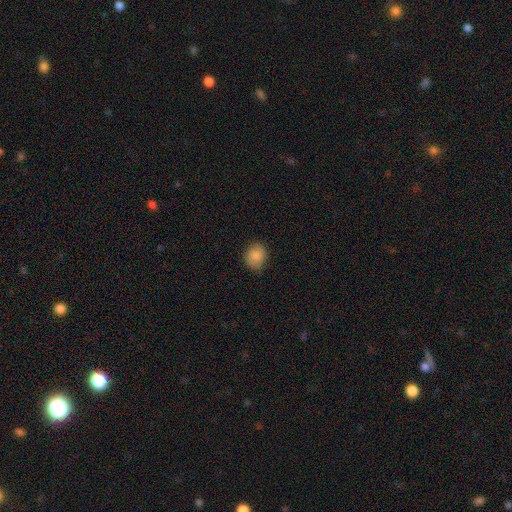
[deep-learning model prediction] smooth-or-featured: smooth: 86% | star or artifact: 8% | featured or disk: 6%
  how-rounded: round: 64% | in between: 35% | cigar-shaped: 1%
  merging: none: 79% | minor disturbance: 17% | major disturbance: 3% | merger: 1%